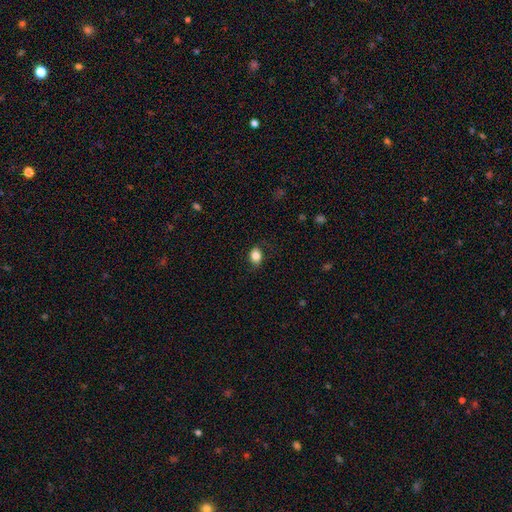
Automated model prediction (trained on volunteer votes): Q: Smooth or featured?
A: smooth (82%); runner-up: star or artifact (9%)
Q: How rounded?
A: in between (59%); runner-up: round (39%)
Q: Merging?
A: none (80%); runner-up: minor disturbance (15%)